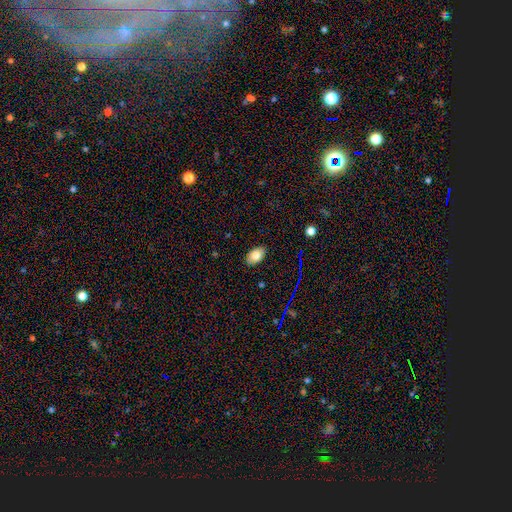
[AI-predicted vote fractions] A smooth galaxy with no disk features (80%) that is in between round and cigar-shaped (91%).

Vote fractions:
- Smooth or featured? smooth: 80% / featured or disk: 11% / star or artifact: 9%
- How rounded? in between: 91% / round: 8% / cigar-shaped: 1%
- Merging? none: 86% / minor disturbance: 11% / major disturbance: 2% / merger: 1%